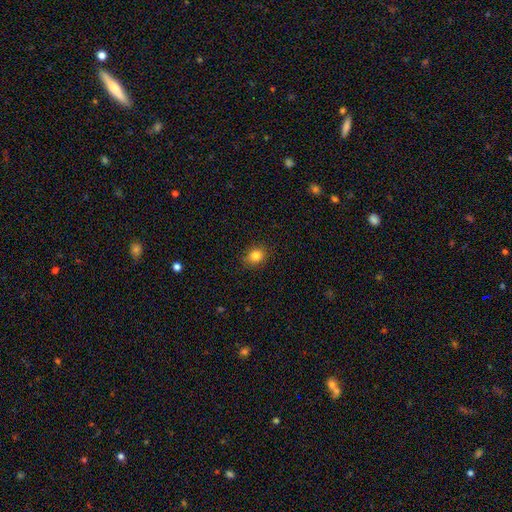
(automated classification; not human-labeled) smooth 83%, star or artifact 11%, featured or disk 6%. Down the decision tree: how rounded — round (60%); merging — none (87%).